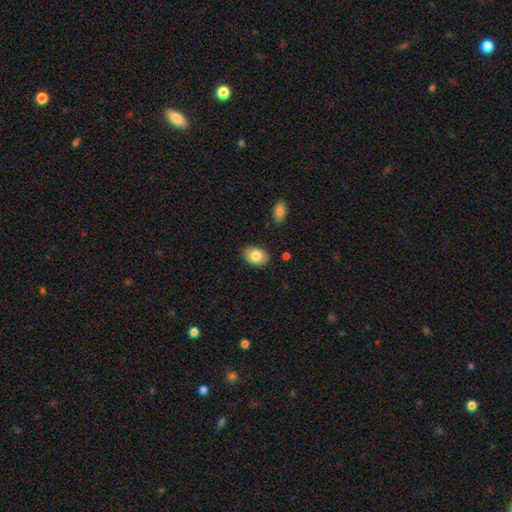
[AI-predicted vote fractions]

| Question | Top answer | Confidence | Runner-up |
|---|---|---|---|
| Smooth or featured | smooth | 83% | featured or disk (10%) |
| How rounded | in between | 83% | round (16%) |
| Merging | none | 86% | minor disturbance (11%) |